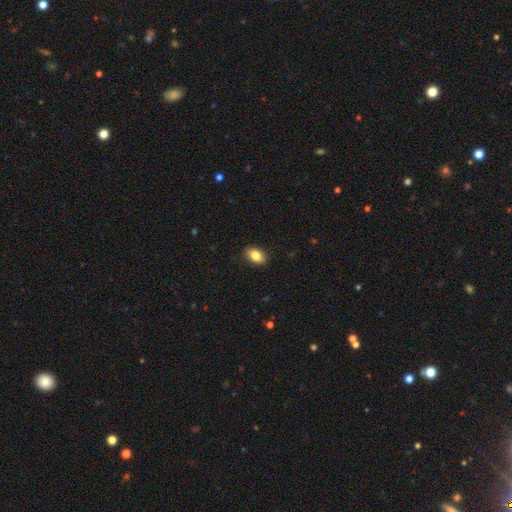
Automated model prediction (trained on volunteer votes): A smooth galaxy with no disk features (83%) that is in between round and cigar-shaped (87%).

Vote fractions:
- Smooth or featured? smooth: 83% / featured or disk: 9% / star or artifact: 8%
- How rounded? in between: 87% / round: 10% / cigar-shaped: 2%
- Merging? none: 88% / minor disturbance: 9% / major disturbance: 2% / merger: 1%